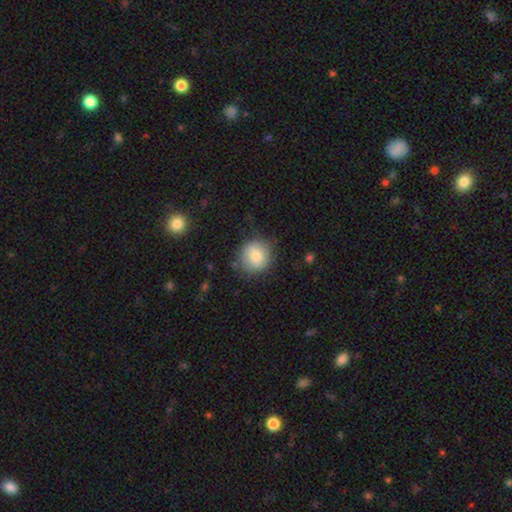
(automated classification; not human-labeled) Overall: smooth (73%). How rounded: round (87%). Merging: none (74%).